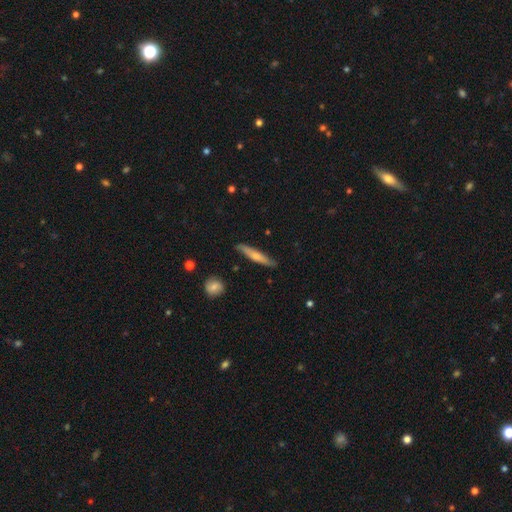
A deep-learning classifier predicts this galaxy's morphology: Q: Smooth or featured?
A: smooth (58%); runner-up: featured or disk (37%)
Q: How rounded?
A: cigar-shaped (91%); runner-up: in between (8%)
Q: Merging?
A: none (84%); runner-up: minor disturbance (13%)